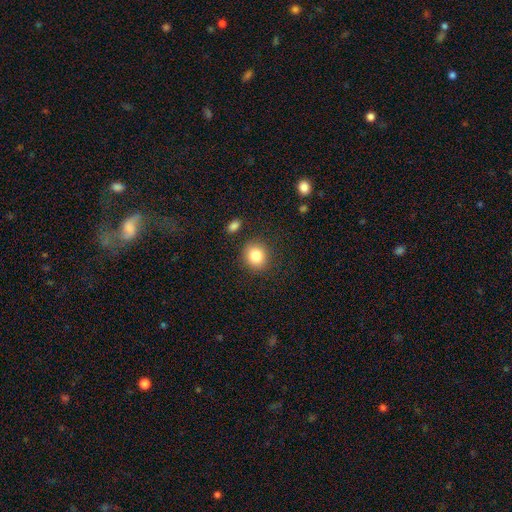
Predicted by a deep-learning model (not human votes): A smooth galaxy with no disk features (83%) that is round (81%). Merging: none (85%).